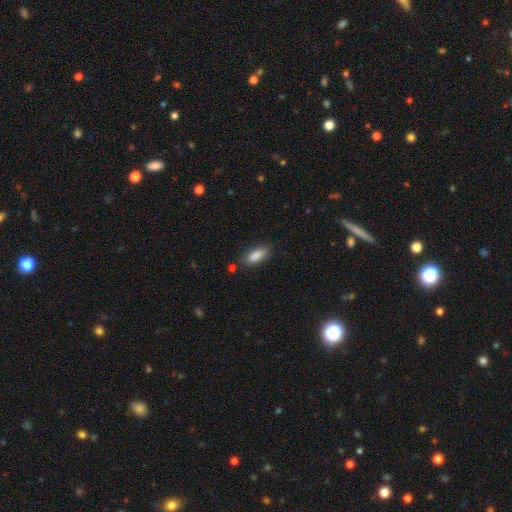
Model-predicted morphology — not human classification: Smooth or featured? Predicted: smooth (p=0.87). How rounded? Predicted: in between (p=0.77). Merging? Predicted: none (p=0.80).